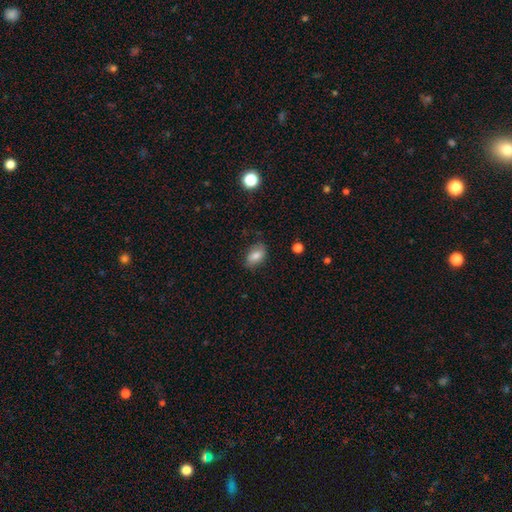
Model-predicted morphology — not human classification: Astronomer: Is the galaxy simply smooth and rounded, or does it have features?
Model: smooth — 78%.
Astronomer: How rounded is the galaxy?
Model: in between — 88%.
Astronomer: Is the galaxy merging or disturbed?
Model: none — 75%.